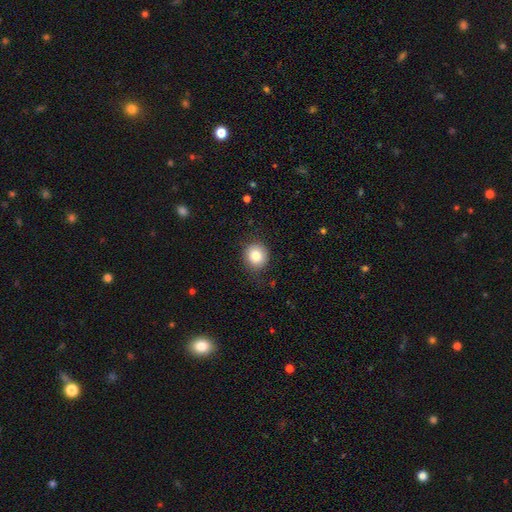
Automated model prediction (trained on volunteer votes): Smooth or featured: smooth — 83% (star or artifact — 9%)
How rounded: round — 86% (in between — 13%)
Merging: none — 85% (minor disturbance — 11%)